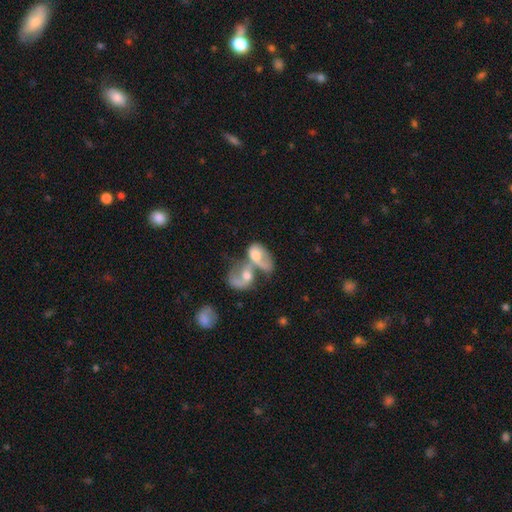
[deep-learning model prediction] A featured or disk galaxy (46%, tied with smooth).

Vote fractions:
- Smooth or featured? featured or disk: 46% (tied) / smooth: 46% (tied) / star or artifact: 8%
- Merging? merger: 78% / major disturbance: 9% / none: 8% / minor disturbance: 5%